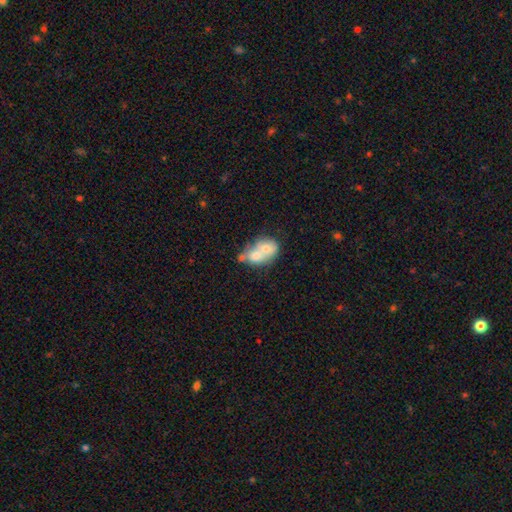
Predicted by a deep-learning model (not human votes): smooth_or_featured: smooth (p=0.63) [alt: featured or disk p=0.29]
how_rounded: in between (p=0.64) [alt: round p=0.34]
merging: merger (p=0.73) [alt: none p=0.15]